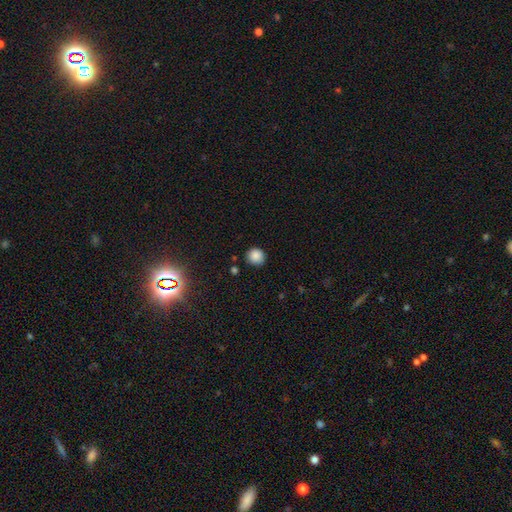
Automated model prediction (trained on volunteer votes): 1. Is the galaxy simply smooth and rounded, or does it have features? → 86% smooth, 10% star or artifact, 4% featured or disk.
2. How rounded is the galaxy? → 91% round, 8% in between, 1% cigar-shaped.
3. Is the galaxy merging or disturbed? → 87% none, 9% minor disturbance, 2% major disturbance, 2% merger.